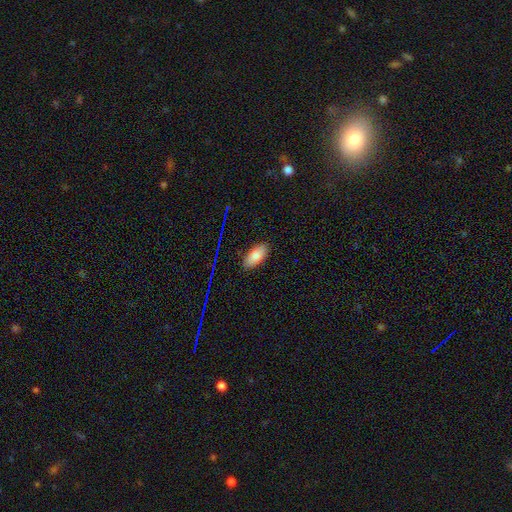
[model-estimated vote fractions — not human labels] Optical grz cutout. It shows a smooth galaxy with no disk features (83%) that is in between round and cigar-shaped (91%). Merging: none (86%).